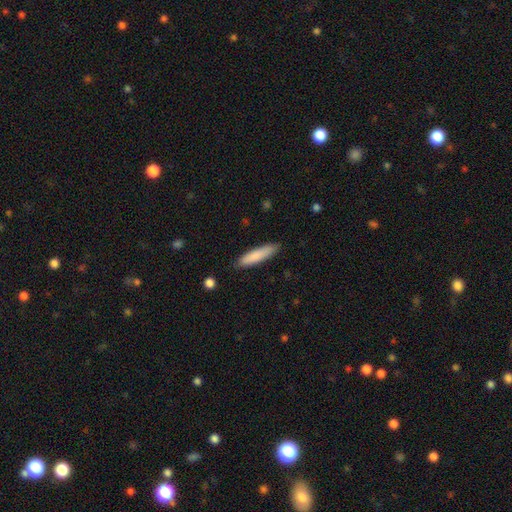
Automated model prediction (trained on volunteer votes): Morphology: type=smooth (84%); roundness=cigar-shaped (78%); merging=none (86%).